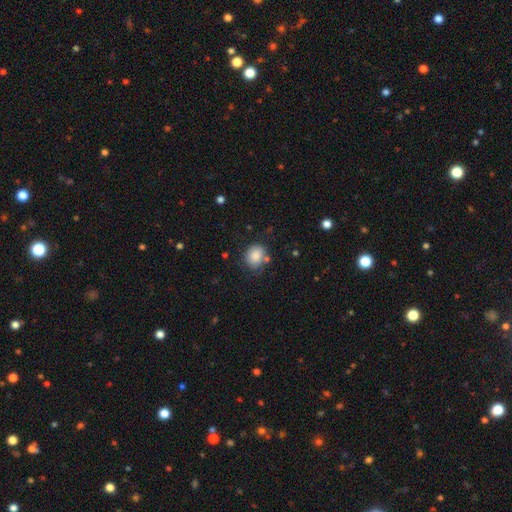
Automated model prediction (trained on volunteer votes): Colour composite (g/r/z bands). It shows a smooth galaxy with no disk features (85%) that is round (63%). Merging: none (67%).